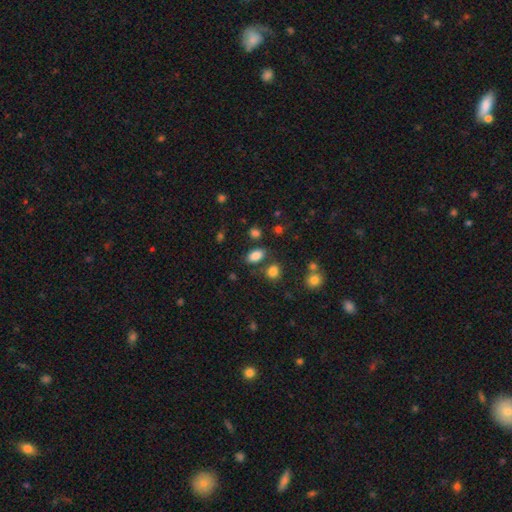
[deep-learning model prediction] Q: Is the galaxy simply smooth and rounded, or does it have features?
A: smooth — 84%.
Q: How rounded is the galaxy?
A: in between — 88%.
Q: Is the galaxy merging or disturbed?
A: none — 76%.